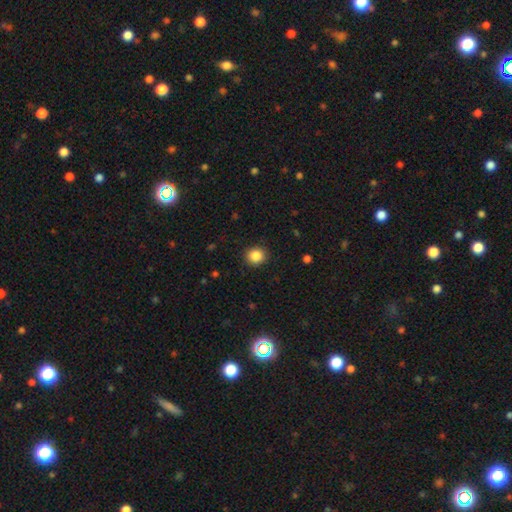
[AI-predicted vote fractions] This is clearly a smooth galaxy (86%). How rounded: clearly round (89%). Merging: clearly none (91%).